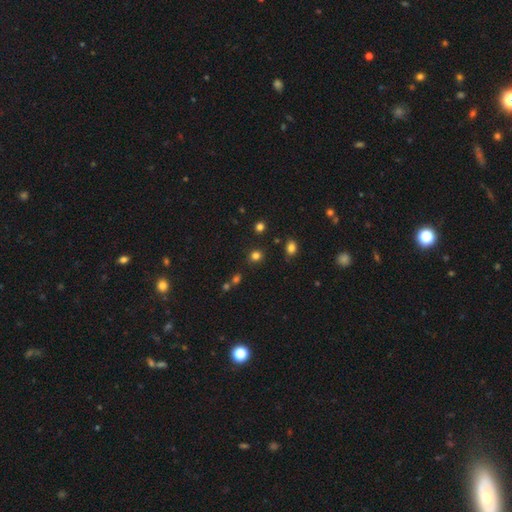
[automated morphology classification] Overall: smooth (78%). How rounded: round (82%). Merging: none (84%).